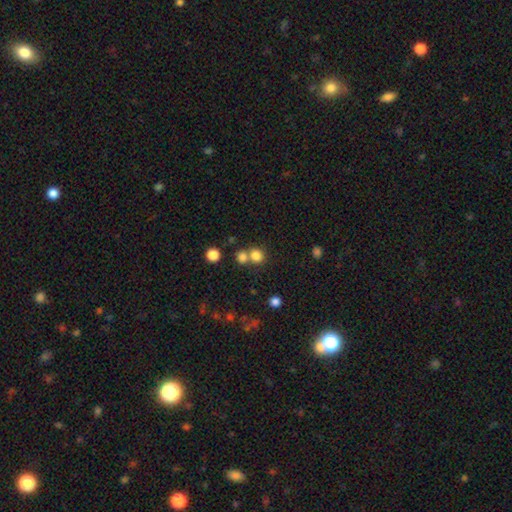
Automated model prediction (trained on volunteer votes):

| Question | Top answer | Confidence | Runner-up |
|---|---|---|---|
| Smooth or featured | smooth | 80% | star or artifact (14%) |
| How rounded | round | 84% | in between (15%) |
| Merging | none | 55% | merger (35%) |